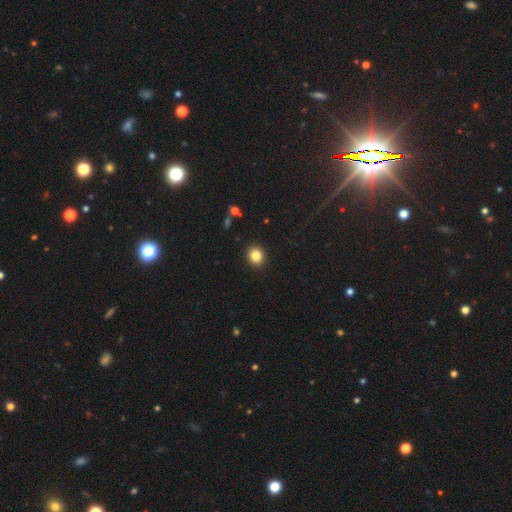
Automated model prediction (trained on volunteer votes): Smooth or featured? smooth (84%)
How rounded? round (74%)
Merging? none (92%)